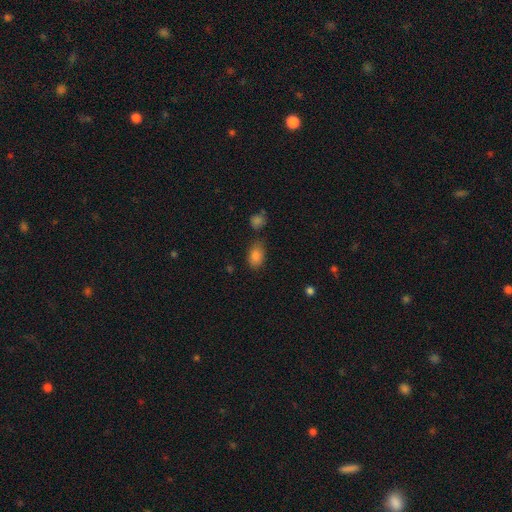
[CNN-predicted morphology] Overall: smooth (84%). How rounded: in between (83%). Merging: none (71%).